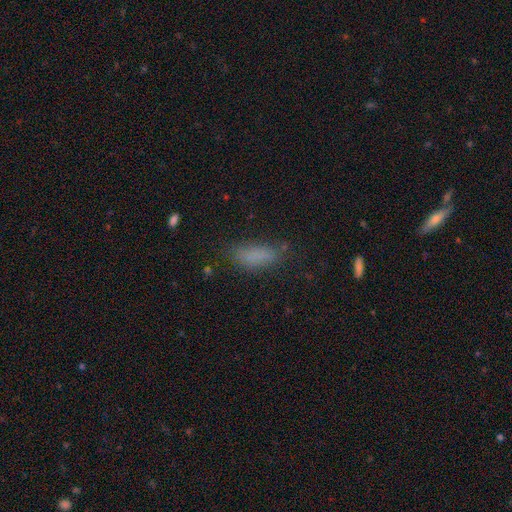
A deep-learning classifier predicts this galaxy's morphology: smooth-or-featured: smooth: 80% | star or artifact: 12% | featured or disk: 8%
  how-rounded: in between: 66% | cigar-shaped: 32% | round: 3%
  merging: none: 69% | minor disturbance: 20% | major disturbance: 8% | merger: 2%